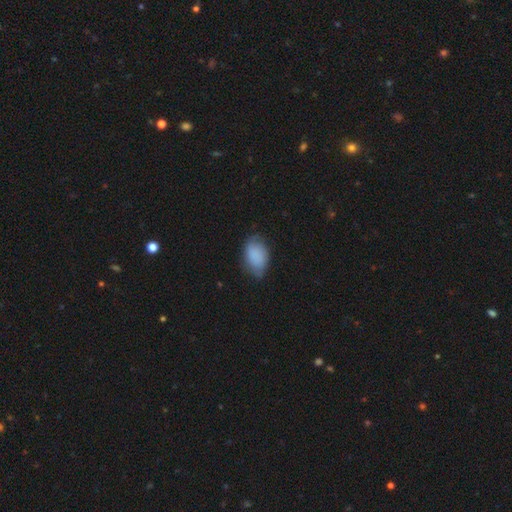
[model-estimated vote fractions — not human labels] This appears to be a smooth galaxy with no disk features (82%) that is in between round and cigar-shaped (87%). Merging: none (62%).